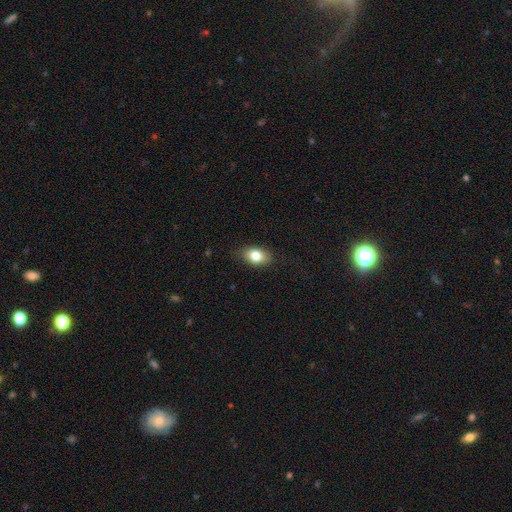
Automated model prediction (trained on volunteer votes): This appears to be a smooth galaxy with no disk features (80%) that is in between round and cigar-shaped (83%). Merging: none (83%).